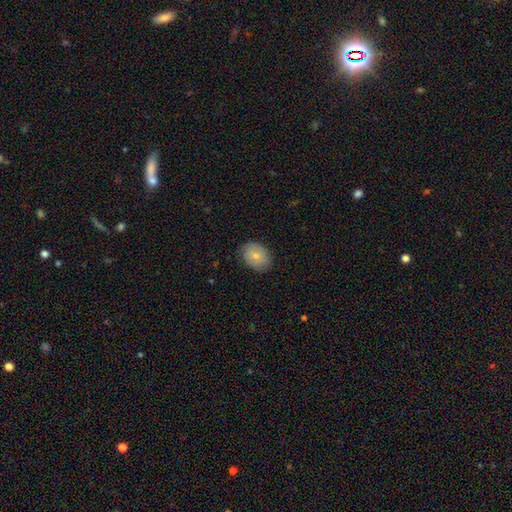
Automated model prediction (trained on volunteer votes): smooth-or-featured: smooth: 81% | featured or disk: 12% | star or artifact: 7%
  how-rounded: in between: 68% | round: 31% | cigar-shaped: 1%
  merging: none: 85% | minor disturbance: 12% | major disturbance: 3% | merger: 1%